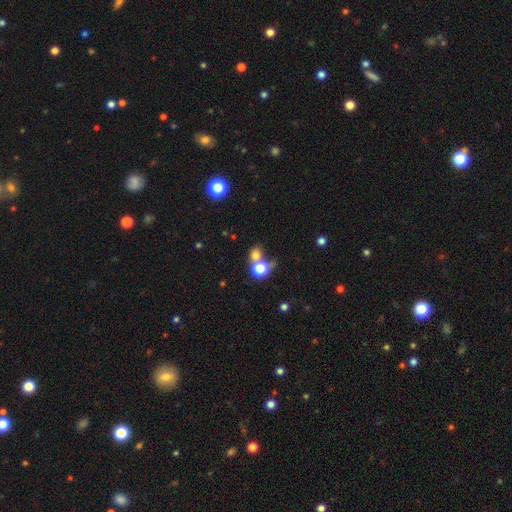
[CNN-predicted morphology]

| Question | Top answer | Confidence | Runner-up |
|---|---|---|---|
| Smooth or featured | smooth | 72% | star or artifact (18%) |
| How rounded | round | 68% | in between (31%) |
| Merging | merger | 42% | tied: none (42%) |